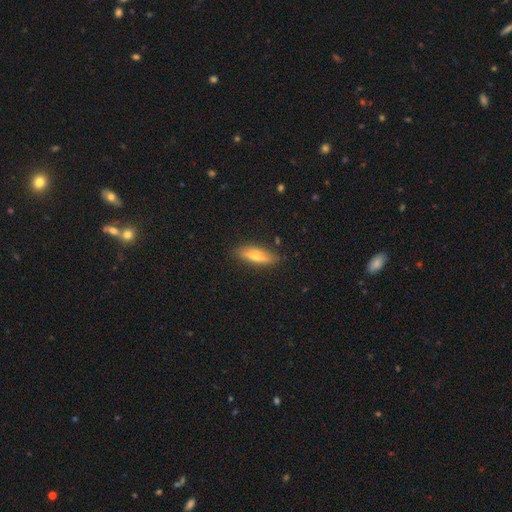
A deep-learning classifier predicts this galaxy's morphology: Smooth or featured?
  - smooth: 54% *
  - featured or disk: 39%
  - star or artifact: 7%
How rounded?
  - cigar-shaped: 58% *
  - in between: 39%
  - round: 2%
Merging?
  - none: 84% *
  - minor disturbance: 13%
  - major disturbance: 2%
  - merger: 1%